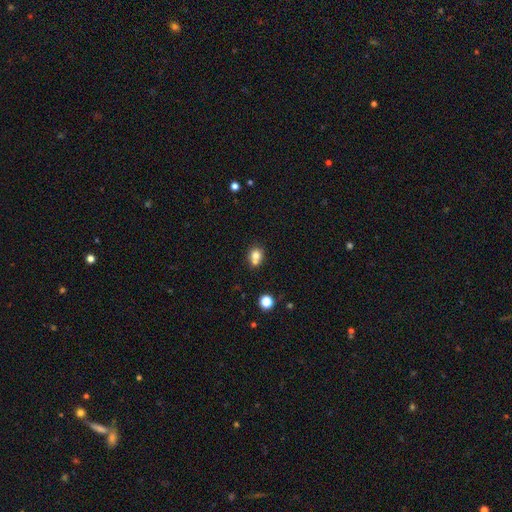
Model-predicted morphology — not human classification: A smooth galaxy with no disk features (76%) that is round (75%). Merging: none (44%, tied with merger).